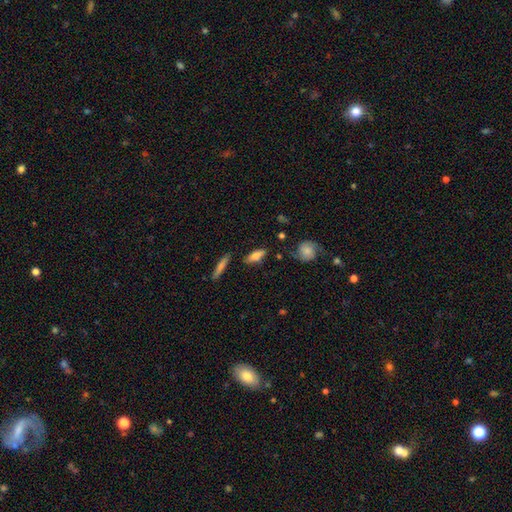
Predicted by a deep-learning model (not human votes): smooth 65%, featured or disk 28%, star or artifact 7%. Down the decision tree: how rounded — in between (55%); merging — none (74%).